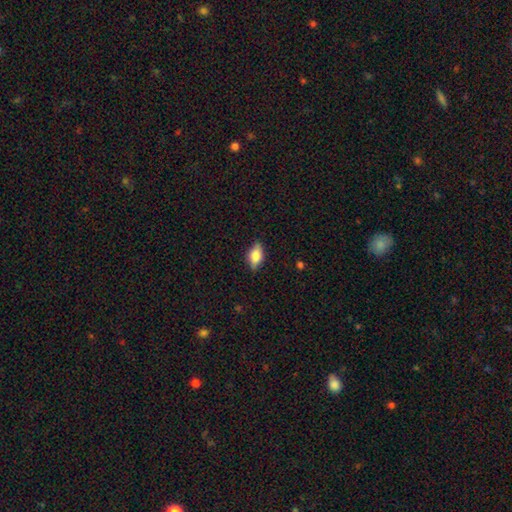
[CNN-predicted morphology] smooth_or_featured: smooth (p=0.69) [alt: featured or disk p=0.23]
how_rounded: in between (p=0.85) [alt: cigar-shaped p=0.08]
merging: none (p=0.84) [alt: minor disturbance p=0.13]